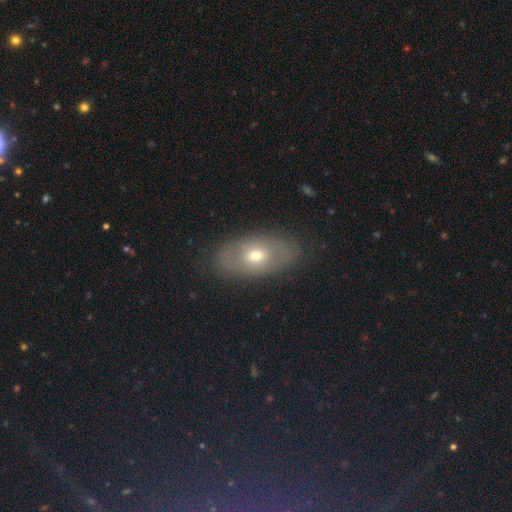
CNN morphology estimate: Smooth or featured? smooth (52%)
How rounded? in between (89%)
Merging? none (81%)